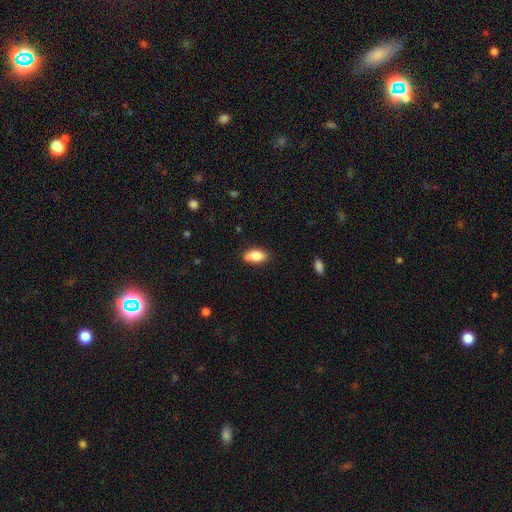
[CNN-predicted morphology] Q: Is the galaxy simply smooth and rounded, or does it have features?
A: smooth — 81%.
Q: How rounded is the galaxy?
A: in between — 89%.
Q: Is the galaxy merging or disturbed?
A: none — 64%.